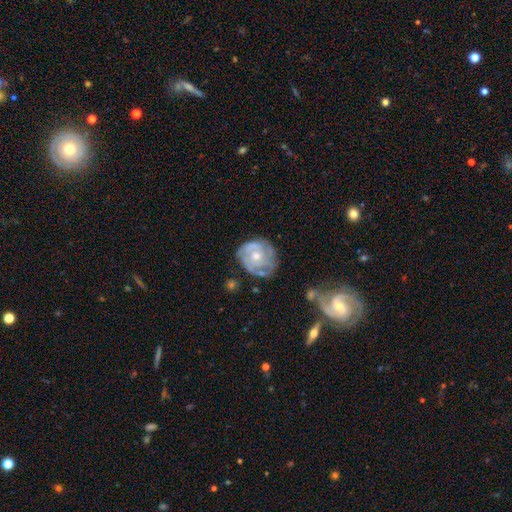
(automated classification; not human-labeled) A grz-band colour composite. It shows a featured or disk galaxy (76%) with no bar (80%), tight (64%) spiral arms (82%) and a moderate central bulge (57%). Merging: none (62%).